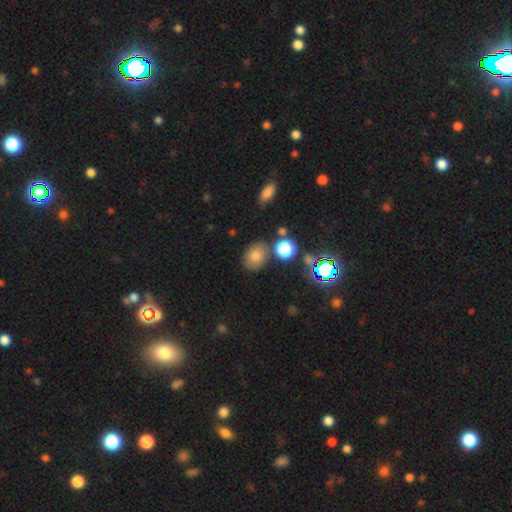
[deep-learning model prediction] A smooth galaxy with no disk features (71%) that is in between round and cigar-shaped (58%). Merging: none (77%).